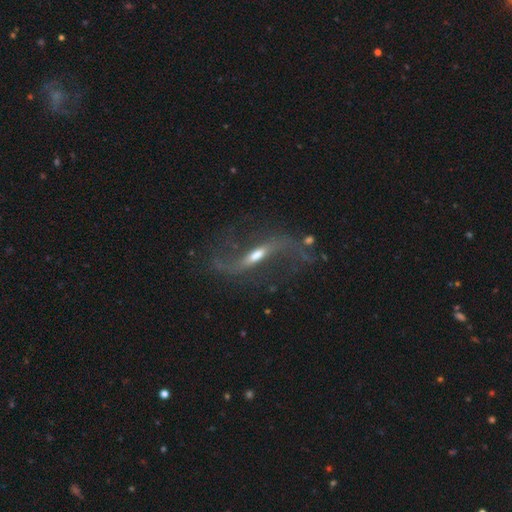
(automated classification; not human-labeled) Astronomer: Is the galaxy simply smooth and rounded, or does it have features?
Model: featured or disk — 80%.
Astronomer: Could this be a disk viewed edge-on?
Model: no — 73%.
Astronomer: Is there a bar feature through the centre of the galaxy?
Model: strong — 46% (runner-up: weak, 34%).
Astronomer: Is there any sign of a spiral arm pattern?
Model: yes — 90%.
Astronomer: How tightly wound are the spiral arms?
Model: loose — 87%.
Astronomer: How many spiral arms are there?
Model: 2 — 90%.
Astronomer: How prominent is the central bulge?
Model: moderate — 52%.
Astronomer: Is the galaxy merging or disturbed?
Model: none — 55%.